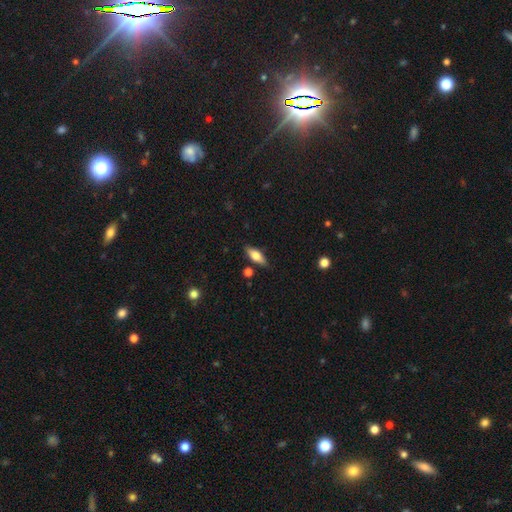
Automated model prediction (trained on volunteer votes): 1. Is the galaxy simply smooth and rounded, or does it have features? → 64% smooth, 29% featured or disk, 7% star or artifact.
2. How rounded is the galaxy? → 67% in between, 30% cigar-shaped, 3% round.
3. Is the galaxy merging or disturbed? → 83% none, 12% minor disturbance, 3% merger, 2% major disturbance.